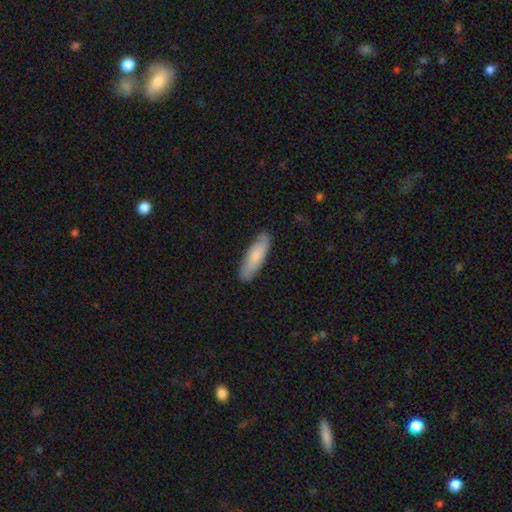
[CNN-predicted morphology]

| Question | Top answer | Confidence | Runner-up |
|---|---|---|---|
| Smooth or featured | smooth | 75% | featured or disk (20%) |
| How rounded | cigar-shaped | 59% | in between (39%) |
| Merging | none | 86% | minor disturbance (11%) |